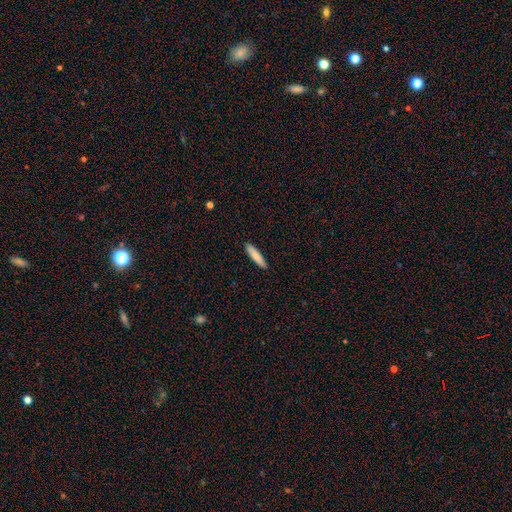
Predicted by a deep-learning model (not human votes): A smooth galaxy with no disk features (82%) that is cigar-shaped (83%).

Vote fractions:
- Smooth or featured? smooth: 82% / featured or disk: 13% / star or artifact: 5%
- How rounded? cigar-shaped: 83% / in between: 15% / round: 1%
- Merging? none: 91% / minor disturbance: 7% / major disturbance: 1% / merger: 1%